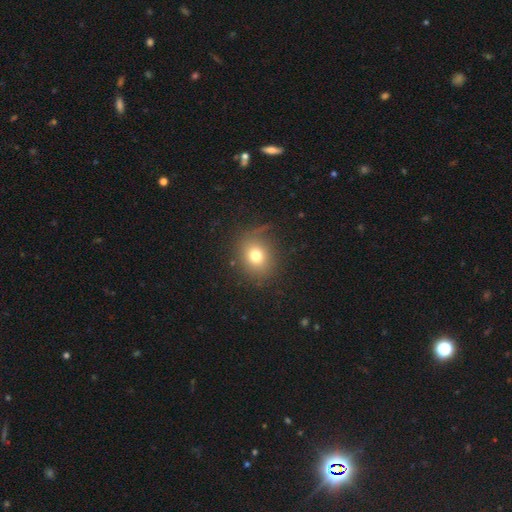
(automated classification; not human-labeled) smooth-or-featured: smooth: 74% | star or artifact: 14% | featured or disk: 12%
  how-rounded: round: 67% | in between: 32% | cigar-shaped: 1%
  merging: none: 79% | minor disturbance: 14% | major disturbance: 6% | merger: 2%